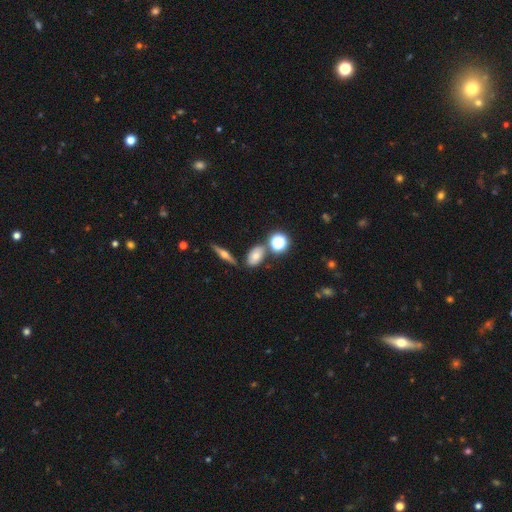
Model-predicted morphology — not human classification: smooth-or-featured: smooth: 63% | featured or disk: 20% | star or artifact: 16%
  how-rounded: in between: 75% | round: 20% | cigar-shaped: 6%
  merging: none: 73% | minor disturbance: 13% | merger: 10% | major disturbance: 4%